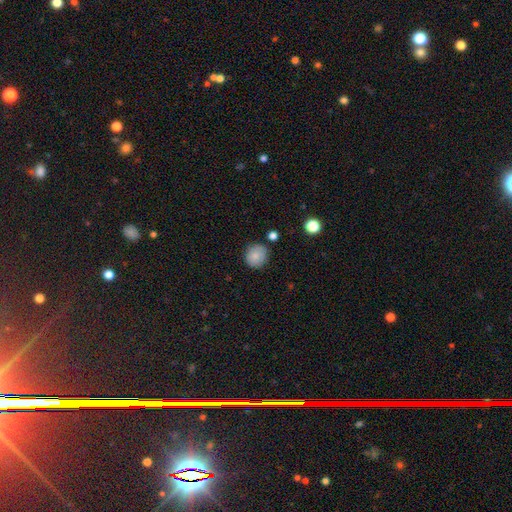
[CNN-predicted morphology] Smooth or featured: smooth — 85% (star or artifact — 9%)
How rounded: round — 87% (in between — 12%)
Merging: none — 81% (minor disturbance — 13%)